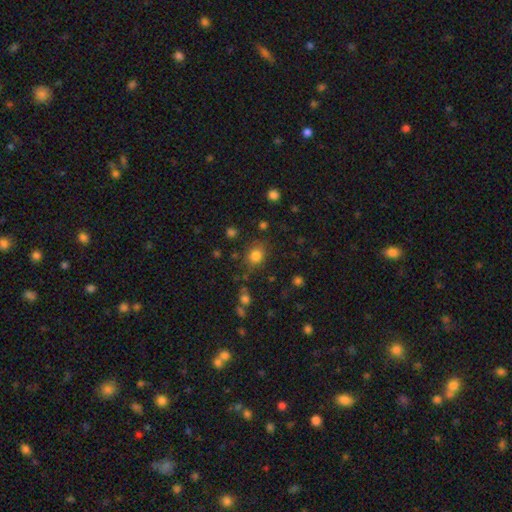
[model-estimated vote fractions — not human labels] smooth-or-featured: smooth: 81% | star or artifact: 13% | featured or disk: 6%
  how-rounded: round: 68% | in between: 31% | cigar-shaped: 1%
  merging: none: 78% | minor disturbance: 13% | major disturbance: 5% | merger: 4%